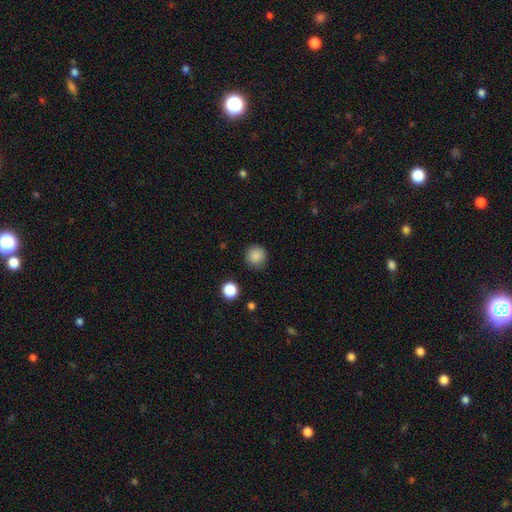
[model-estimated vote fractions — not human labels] smooth-or-featured: smooth: 86% | star or artifact: 10% | featured or disk: 3%
  how-rounded: round: 94% | in between: 5% | cigar-shaped: 1%
  merging: none: 87% | minor disturbance: 9% | major disturbance: 3% | merger: 1%